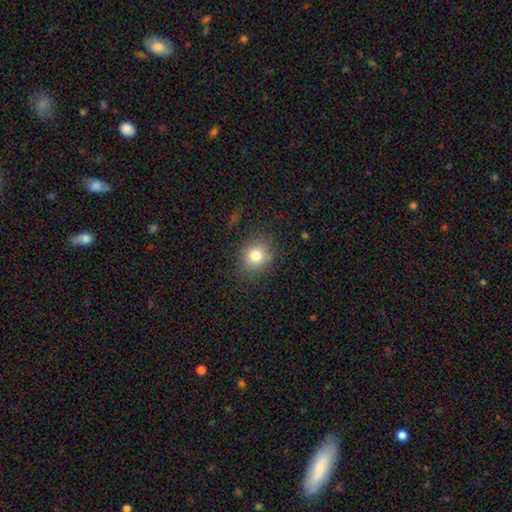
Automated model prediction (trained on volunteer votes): A smooth galaxy with no disk features (80%) that is round (81%).

Vote fractions:
- Smooth or featured? smooth: 80% / star or artifact: 12% / featured or disk: 8%
- How rounded? round: 81% / in between: 18% / cigar-shaped: 1%
- Merging? none: 84% / minor disturbance: 11% / major disturbance: 4% / merger: 1%